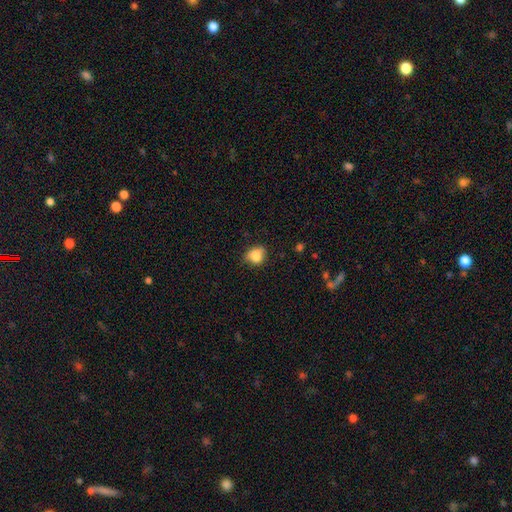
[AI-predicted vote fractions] This appears to be a smooth galaxy with no disk features (82%) that is round (58%). Merging: none (58%).